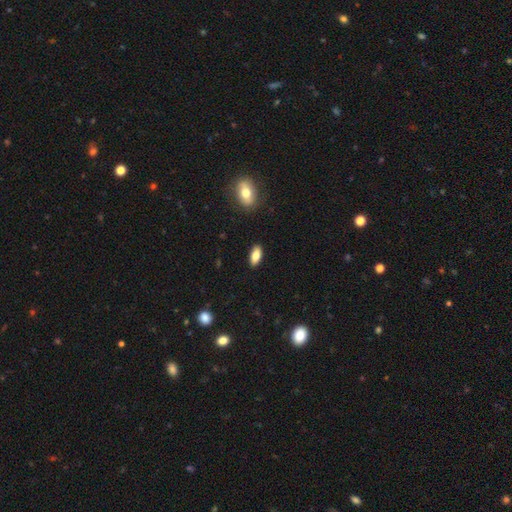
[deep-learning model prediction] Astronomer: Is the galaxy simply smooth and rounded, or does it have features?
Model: smooth — 80%.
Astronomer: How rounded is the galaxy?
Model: in between — 86%.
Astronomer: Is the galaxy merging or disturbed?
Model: none — 89%.